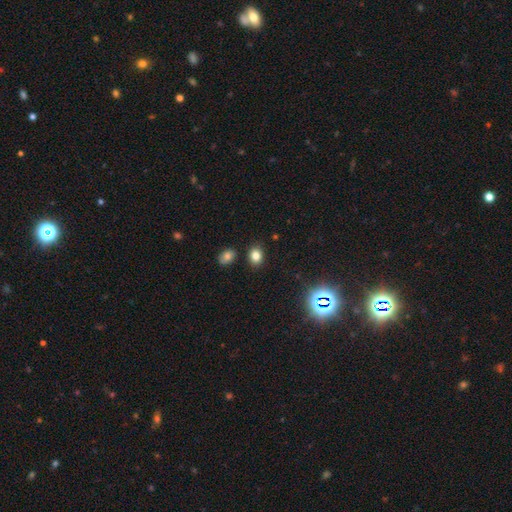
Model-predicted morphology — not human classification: A smooth galaxy with no disk features (80%) that is in between round and cigar-shaped (53%). Merging: none (84%).